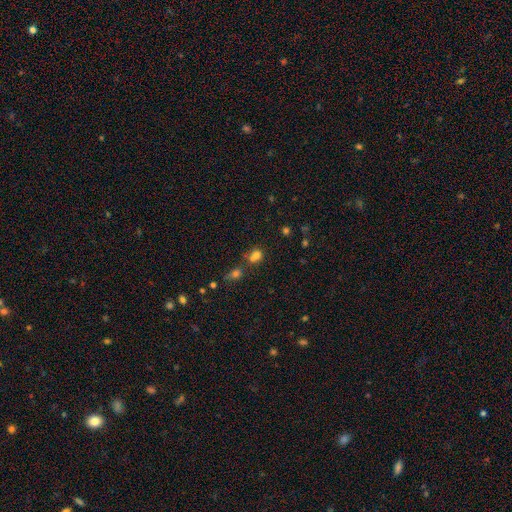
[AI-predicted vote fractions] A smooth galaxy with no disk features (71%) that is round (66%). Merging: merger (47%).